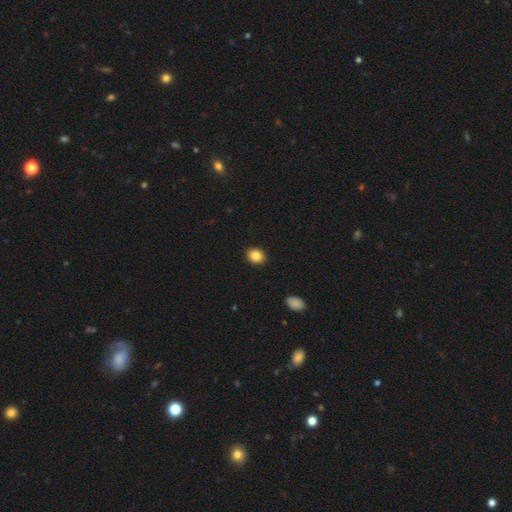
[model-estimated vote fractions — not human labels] This appears to be a smooth galaxy with no disk features (85%) that is in between round and cigar-shaped (50%). Merging: none (91%).